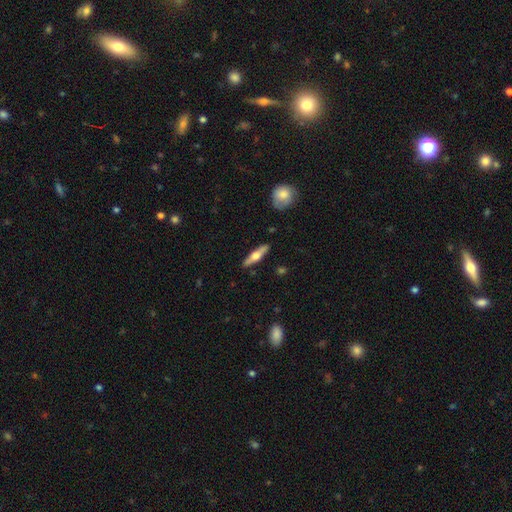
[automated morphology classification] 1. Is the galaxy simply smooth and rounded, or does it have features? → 55% featured or disk, 39% smooth, 5% star or artifact.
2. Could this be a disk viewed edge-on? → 94% yes, 6% no.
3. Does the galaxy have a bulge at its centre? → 93% rounded, 4% boxy, 3% none.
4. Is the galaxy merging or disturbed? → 90% none, 7% minor disturbance, 2% major disturbance, 1% merger.